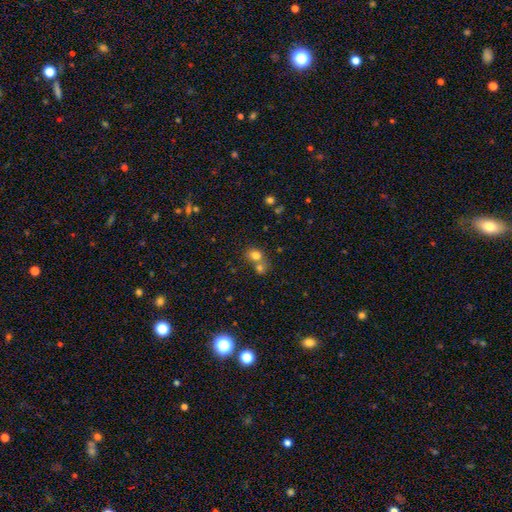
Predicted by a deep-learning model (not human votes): Smooth or featured? Predicted: smooth (p=0.76). How rounded? Predicted: round (p=0.62). Merging? Predicted: merger (p=0.54).